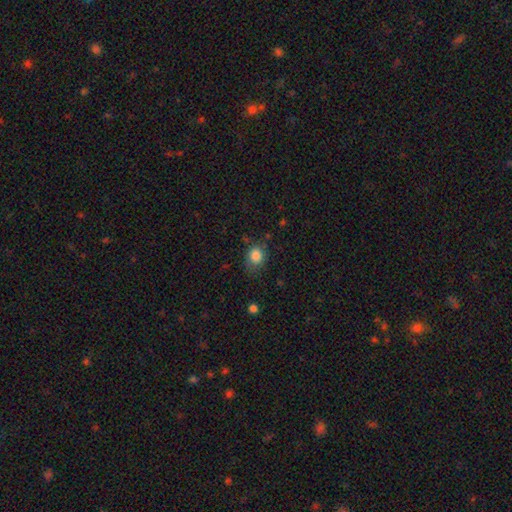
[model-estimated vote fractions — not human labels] smooth-or-featured: smooth: 83% | star or artifact: 10% | featured or disk: 6%
  how-rounded: round: 60% | in between: 40% | cigar-shaped: 1%
  merging: none: 69% | minor disturbance: 22% | major disturbance: 6% | merger: 3%